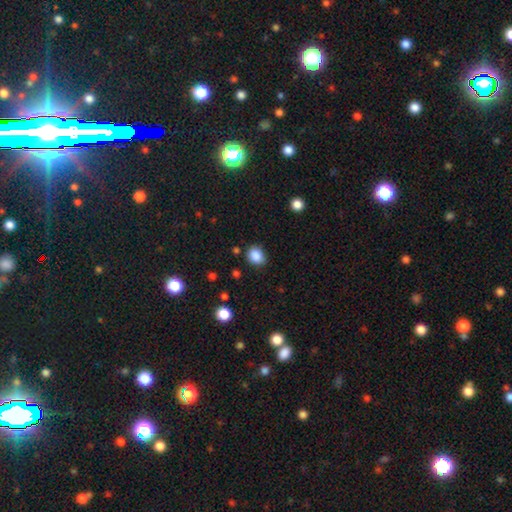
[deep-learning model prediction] Smooth or featured? Predicted: smooth (p=0.86). How rounded? Predicted: round (p=0.59). Merging? Predicted: none (p=0.80).